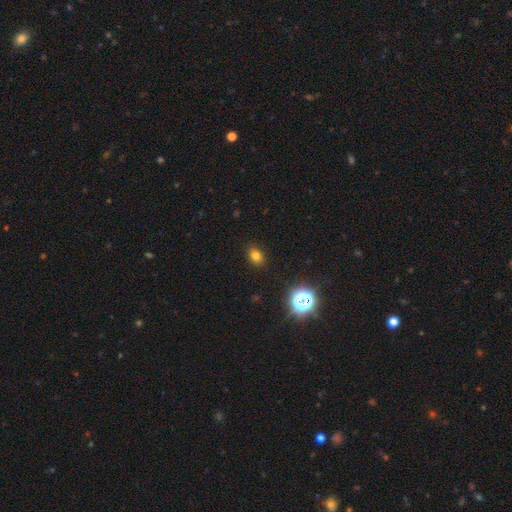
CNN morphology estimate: Overall: smooth (76%). How rounded: in between (61%; round 37%). Merging: none (88%).